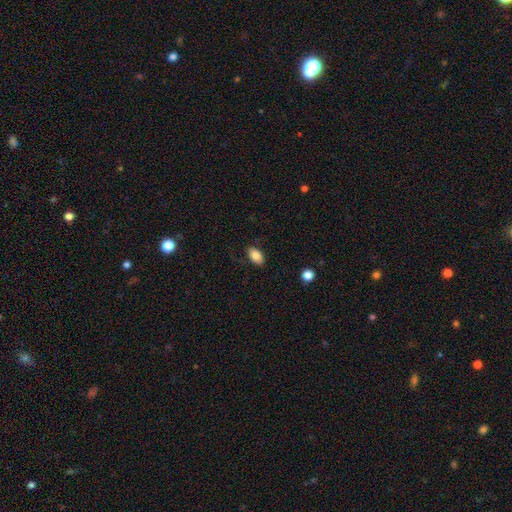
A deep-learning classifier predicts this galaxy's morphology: Smooth or featured?
  - smooth: 83% *
  - featured or disk: 10%
  - star or artifact: 8%
How rounded?
  - in between: 92% *
  - round: 5%
  - cigar-shaped: 3%
Merging?
  - none: 84% *
  - minor disturbance: 12%
  - major disturbance: 3%
  - merger: 1%